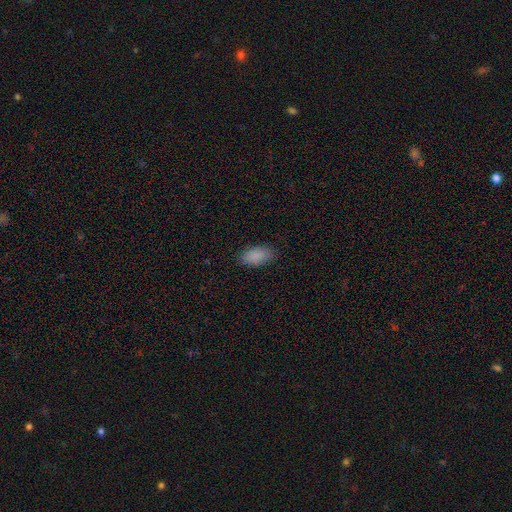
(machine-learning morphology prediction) smooth 88%, star or artifact 8%, featured or disk 4%. Down the decision tree: how rounded — in between (93%); merging — none (85%).